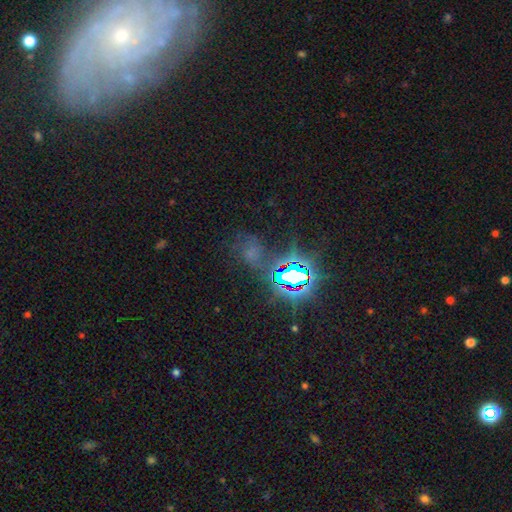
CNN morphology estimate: Smooth or featured? star or artifact (73%)